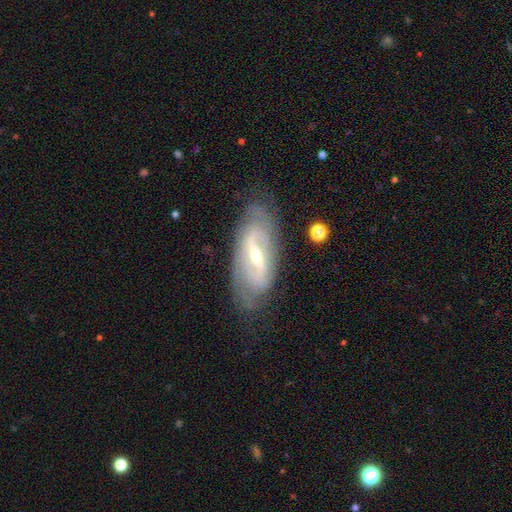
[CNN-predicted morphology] type=featured or disk (83%); edge-on=no (88%); bar=strong (59%); spiral arms=yes (85%); winding=tight (46%); arm count=2 (64%); bulge=small (49%); merging=none (77%).